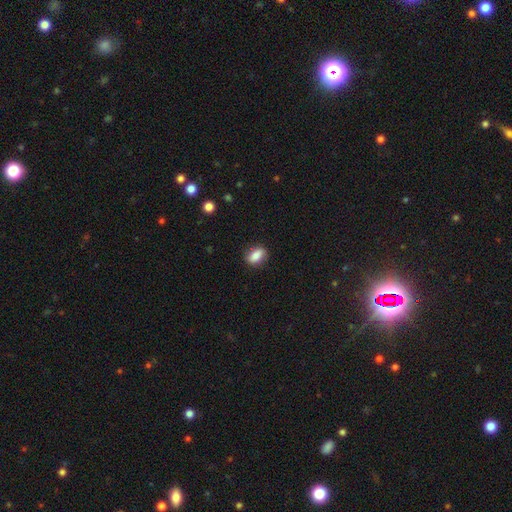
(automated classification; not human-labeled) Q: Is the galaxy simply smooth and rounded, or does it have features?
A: smooth — 79%.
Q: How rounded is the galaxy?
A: in between — 80%.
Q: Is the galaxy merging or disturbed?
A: none — 85%.